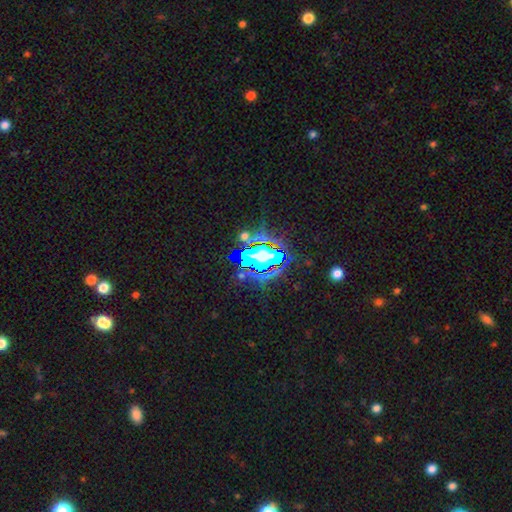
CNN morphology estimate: Overall: star or artifact (65%).